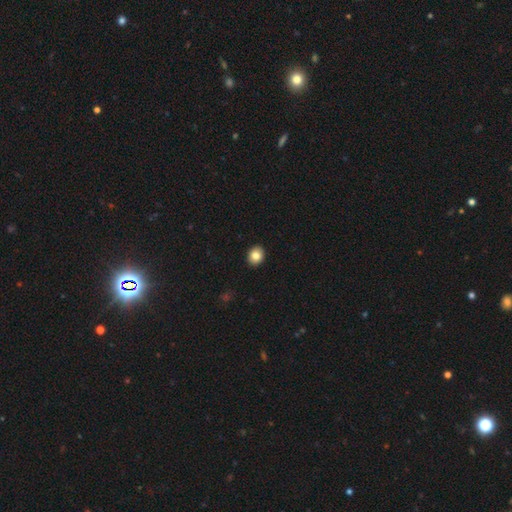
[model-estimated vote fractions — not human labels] smooth 84%, star or artifact 9%, featured or disk 7%. Down the decision tree: how rounded — round (55%); merging — none (92%).